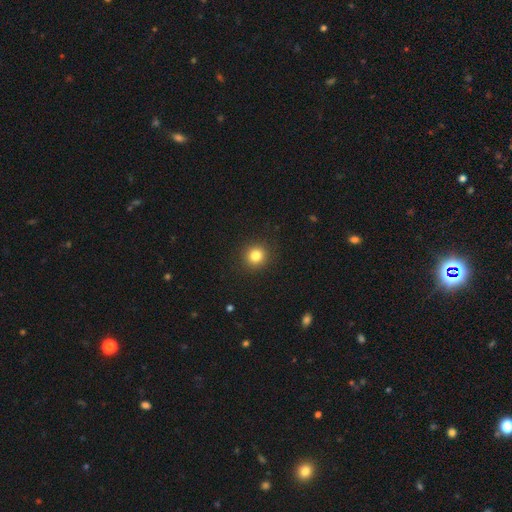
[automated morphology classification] smooth 83%, star or artifact 12%, featured or disk 6%. Down the decision tree: how rounded — round (90%); merging — none (91%).